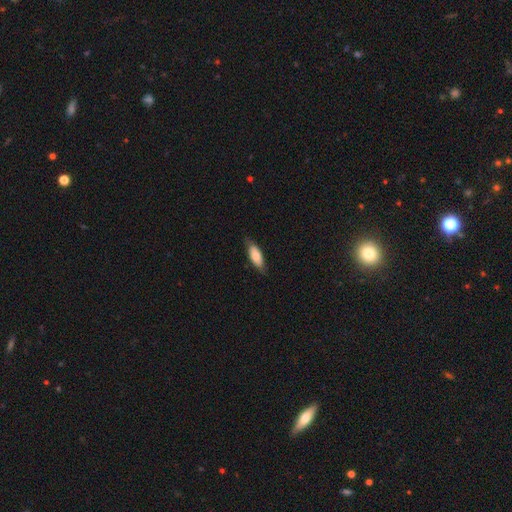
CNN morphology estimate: A smooth galaxy with no disk features (78%) that is in between round and cigar-shaped (68%). Merging: none (78%).